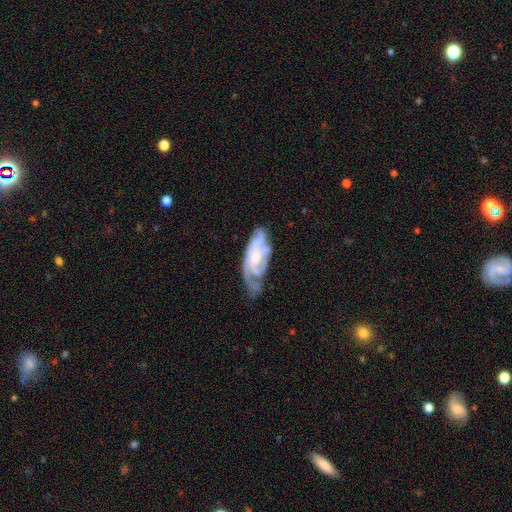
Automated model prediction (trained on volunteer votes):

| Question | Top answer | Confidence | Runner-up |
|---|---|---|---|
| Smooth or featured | featured or disk | 82% | smooth (13%) |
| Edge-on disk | no | 91% | yes (9%) |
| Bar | no | 64% | weak (29%) |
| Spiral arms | yes | 94% | no (6%) |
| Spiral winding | tight | 56% | medium (35%) |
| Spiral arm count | can't tell | 30% | 3 (28%) |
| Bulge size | moderate | 46% | small (35%) |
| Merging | none | 58% | minor disturbance (27%) |